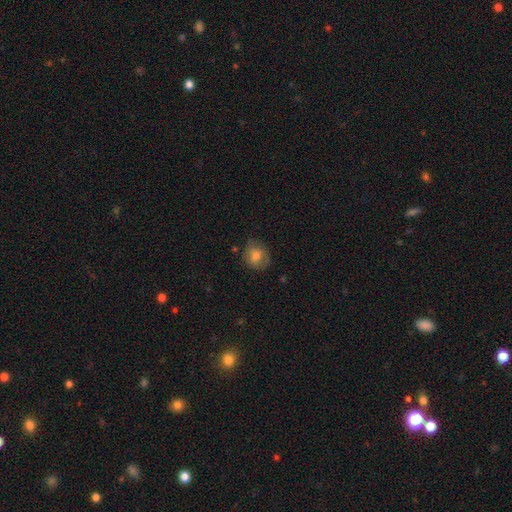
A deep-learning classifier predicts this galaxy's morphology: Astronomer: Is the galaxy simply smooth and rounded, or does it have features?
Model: smooth — 70%.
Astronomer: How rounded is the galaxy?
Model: round — 71%.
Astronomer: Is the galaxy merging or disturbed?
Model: none — 68%.